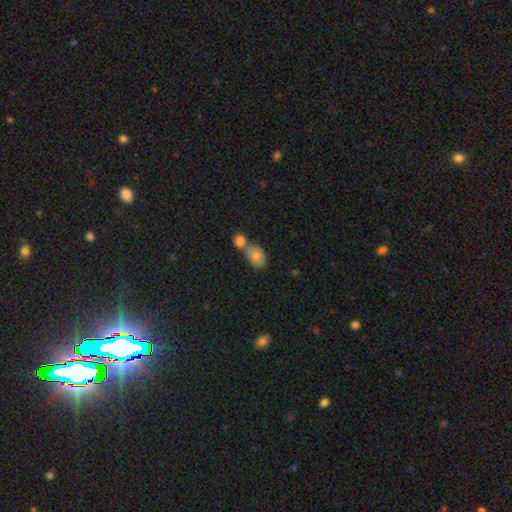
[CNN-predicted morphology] A smooth galaxy with no disk features (71%) that is in between round and cigar-shaped (83%). Merging: merger (53%).